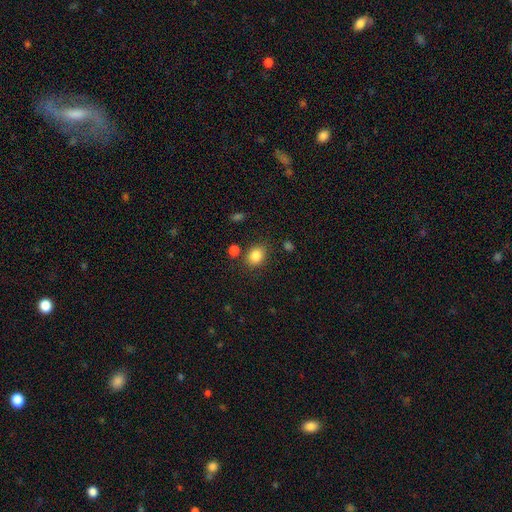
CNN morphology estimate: smooth_or_featured: smooth (p=0.85) [alt: star or artifact p=0.10]
how_rounded: round (p=0.50) [tied with: in between p=0.50]
merging: none (p=0.78) [alt: minor disturbance p=0.12]